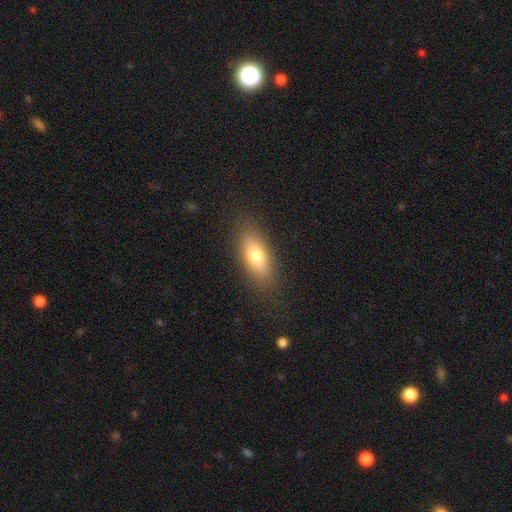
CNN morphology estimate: The model was most divided on "how rounded": in between: 73%, cigar-shaped: 23%, round: 4%. More confident: merging — none (85%); smooth or featured — smooth (74%).